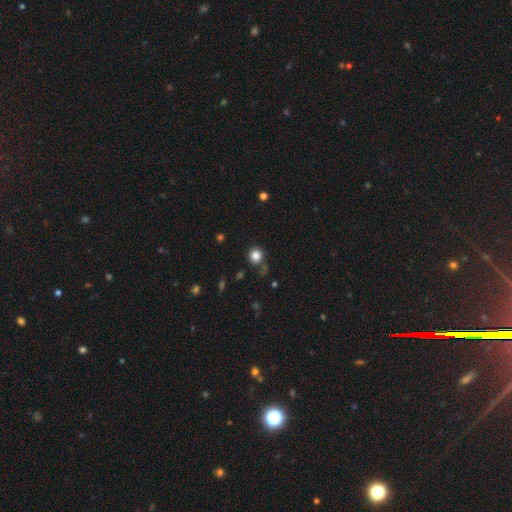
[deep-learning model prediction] Morphology: type=smooth (83%); roundness=round (91%); merging=none (78%).